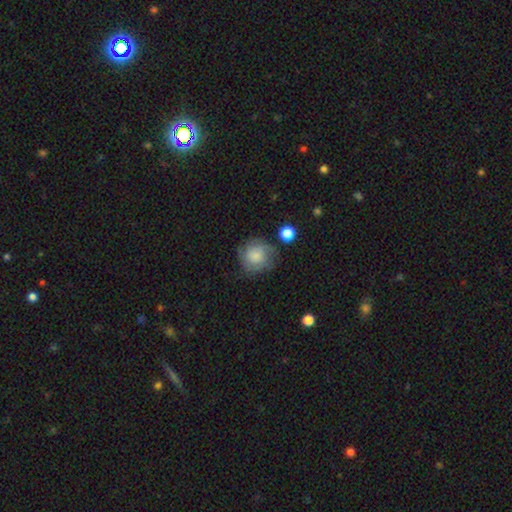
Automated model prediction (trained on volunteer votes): This is likely a smooth galaxy (71%). How rounded: clearly round (89%). Merging: likely none (65%).